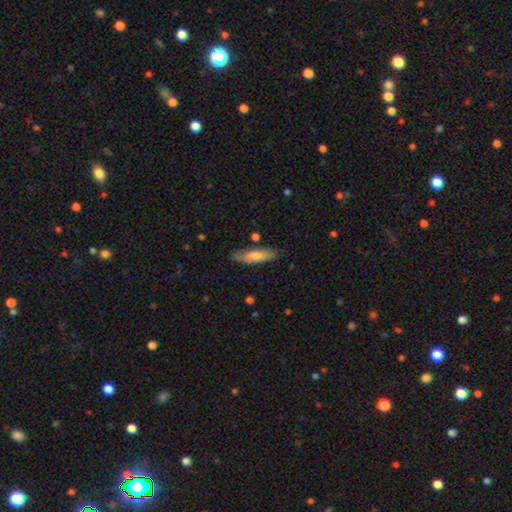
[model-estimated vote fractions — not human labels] Smooth or featured? smooth (72%)
How rounded? cigar-shaped (64%)
Merging? none (78%)